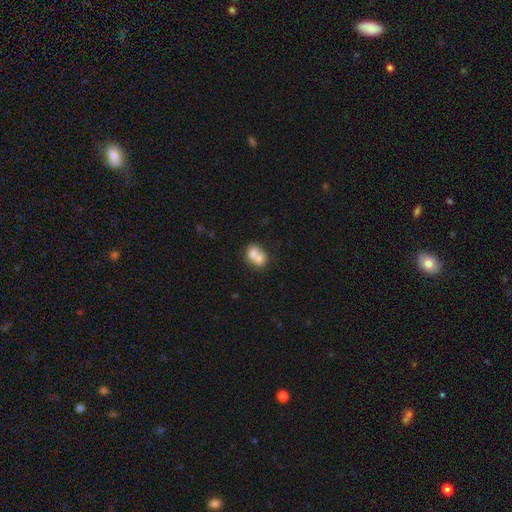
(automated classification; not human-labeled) Q: Smooth or featured?
A: smooth (71%); runner-up: featured or disk (20%)
Q: How rounded?
A: in between (53%); runner-up: round (46%)
Q: Merging?
A: merger (66%); runner-up: none (23%)